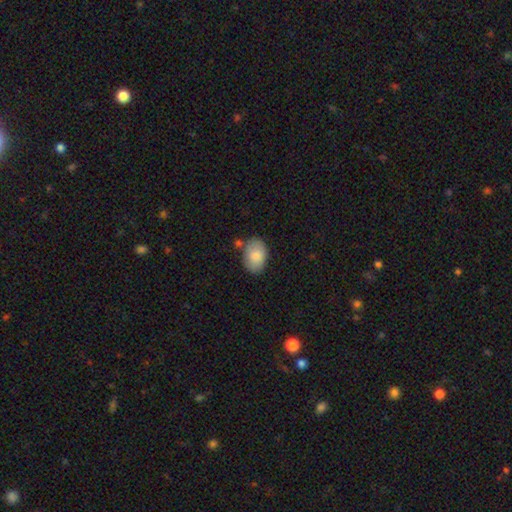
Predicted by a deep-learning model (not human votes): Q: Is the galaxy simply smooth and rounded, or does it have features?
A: smooth — 85%.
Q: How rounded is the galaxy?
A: in between — 88%.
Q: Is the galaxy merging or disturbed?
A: none — 72%.